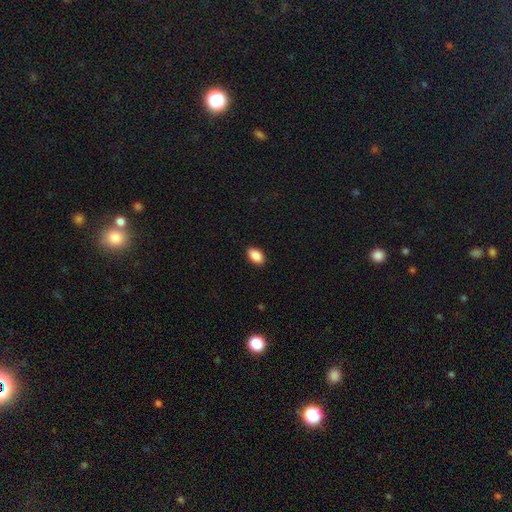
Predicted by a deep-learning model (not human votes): A smooth galaxy with no disk features (90%) that is in between round and cigar-shaped (92%).

Vote fractions:
- Smooth or featured? smooth: 90% / star or artifact: 7% / featured or disk: 3%
- How rounded? in between: 92% / round: 7% / cigar-shaped: 2%
- Merging? none: 89% / minor disturbance: 8% / major disturbance: 2% / merger: 1%